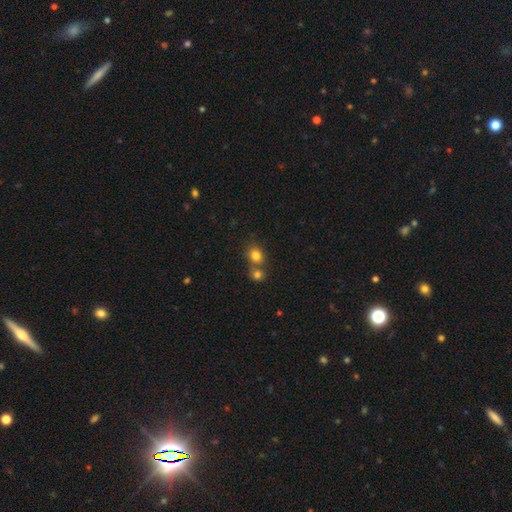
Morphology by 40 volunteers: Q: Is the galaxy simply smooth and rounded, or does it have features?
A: smooth — 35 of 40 (88%).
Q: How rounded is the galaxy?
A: round — 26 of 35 (74%).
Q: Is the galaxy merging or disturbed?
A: merger — 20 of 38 (53%).